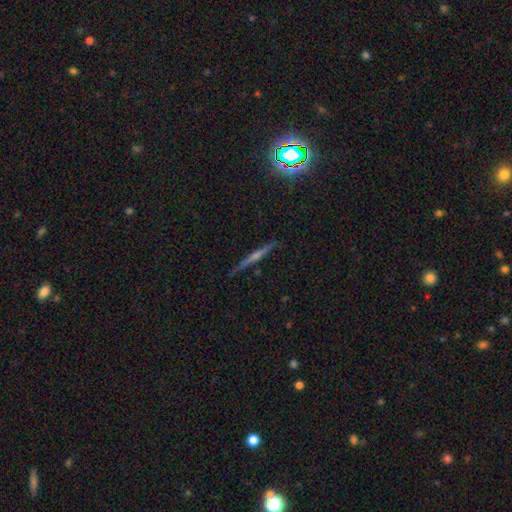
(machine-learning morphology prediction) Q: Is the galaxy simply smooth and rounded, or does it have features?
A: featured or disk — 64%.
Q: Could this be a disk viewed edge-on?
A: yes — 97%.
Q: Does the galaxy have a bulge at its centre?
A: rounded — 58%.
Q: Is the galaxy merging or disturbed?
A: none — 88%.